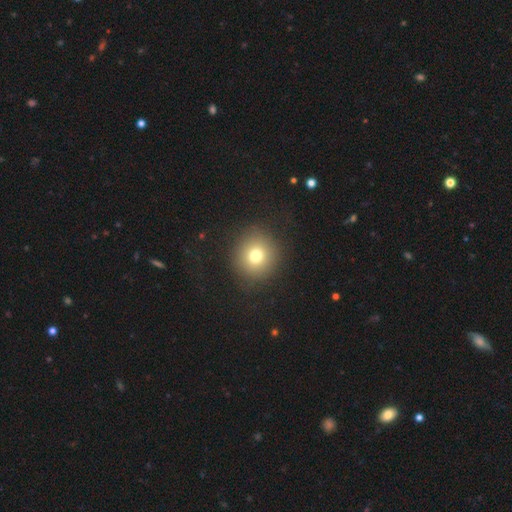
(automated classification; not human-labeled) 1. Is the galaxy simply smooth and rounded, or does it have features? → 75% smooth, 15% star or artifact, 11% featured or disk.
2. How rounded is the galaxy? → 92% round, 7% in between, 1% cigar-shaped.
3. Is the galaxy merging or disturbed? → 88% none, 7% minor disturbance, 4% major disturbance, 1% merger.